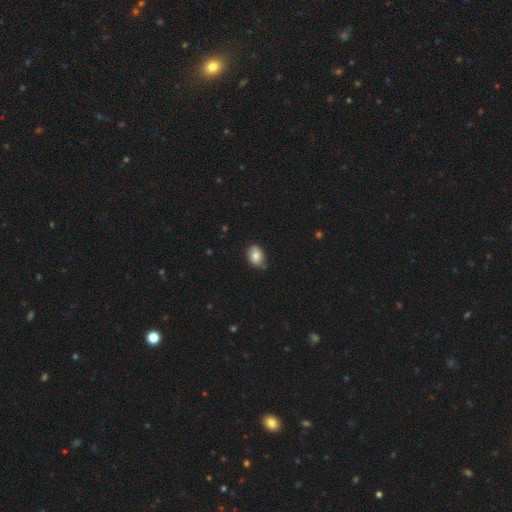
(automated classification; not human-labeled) A smooth galaxy with no disk features (78%) that is in between round and cigar-shaped (78%).

Vote fractions:
- Smooth or featured? smooth: 78% / featured or disk: 14% / star or artifact: 8%
- How rounded? in between: 78% / round: 21% / cigar-shaped: 1%
- Merging? none: 74% / minor disturbance: 21% / major disturbance: 3% / merger: 1%